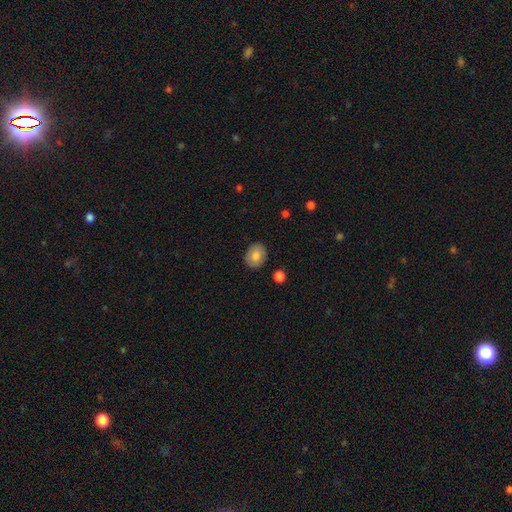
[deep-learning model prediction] smooth_or_featured: smooth (p=0.80) [alt: featured or disk p=0.12]
how_rounded: in between (p=0.51) [alt: round p=0.49]
merging: none (p=0.89) [alt: minor disturbance p=0.08]